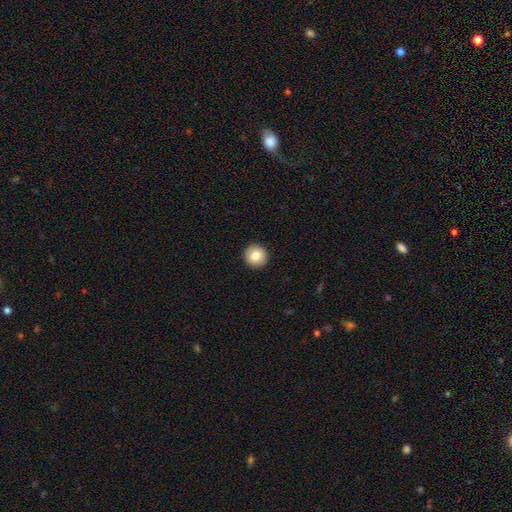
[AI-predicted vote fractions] This appears to be a smooth galaxy with no disk features (82%) that is round (96%). Merging: none (93%).